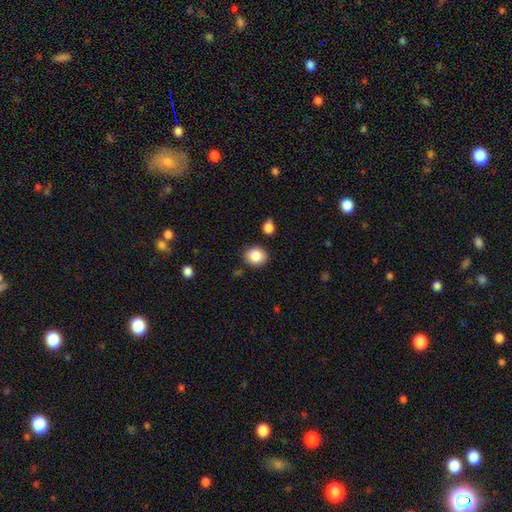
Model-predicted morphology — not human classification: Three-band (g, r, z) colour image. It shows a smooth galaxy with no disk features (87%) that is round (63%). Merging: none (86%).